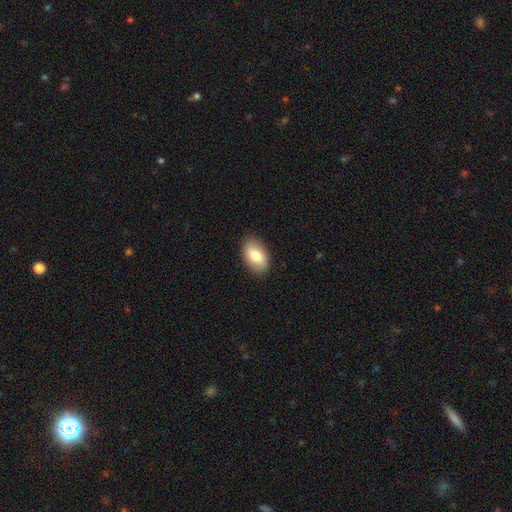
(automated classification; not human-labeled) Morphology: type=smooth (81%); roundness=in between (92%); merging=none (87%).